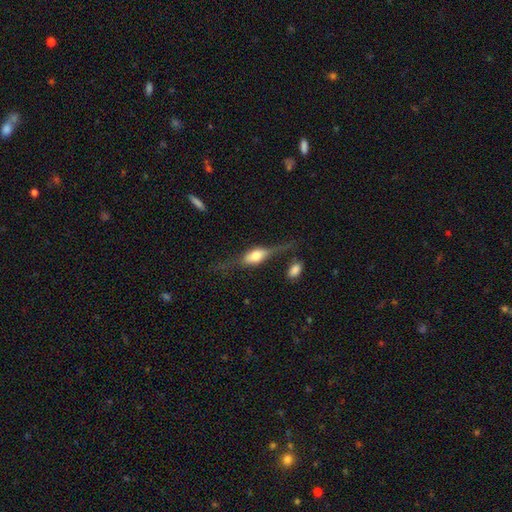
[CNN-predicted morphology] The model was most divided on "smooth or featured": featured or disk: 59%, smooth: 34%, star or artifact: 7%. More confident: edge-on disk — yes (88%); edge-on bulge — rounded (87%); merging — none (51%).